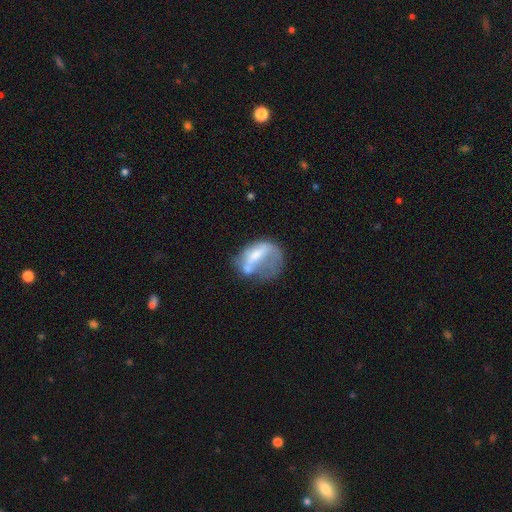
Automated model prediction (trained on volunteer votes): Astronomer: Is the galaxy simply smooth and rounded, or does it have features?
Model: featured or disk — 47% (runner-up: smooth, 43%).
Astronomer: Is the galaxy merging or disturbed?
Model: major disturbance — 41% (runner-up: none, 24%).